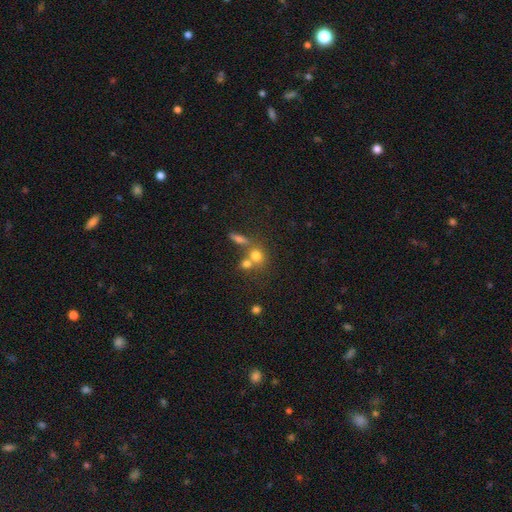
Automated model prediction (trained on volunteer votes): A smooth galaxy with no disk features (72%) that is round (72%). Merging: none (44%).